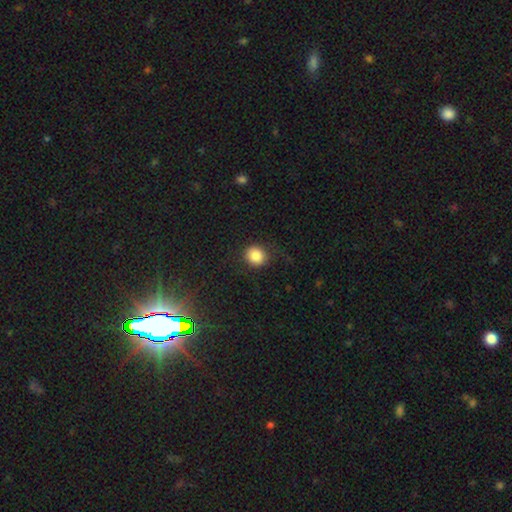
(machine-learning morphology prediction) Smooth or featured: smooth — 86% (star or artifact — 9%)
How rounded: round — 81% (in between — 18%)
Merging: none — 83% (minor disturbance — 12%)